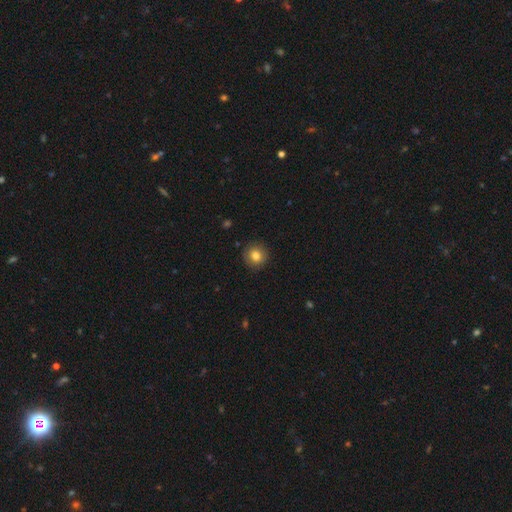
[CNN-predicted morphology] Smooth or featured? smooth (82%)
How rounded? round (91%)
Merging? none (90%)